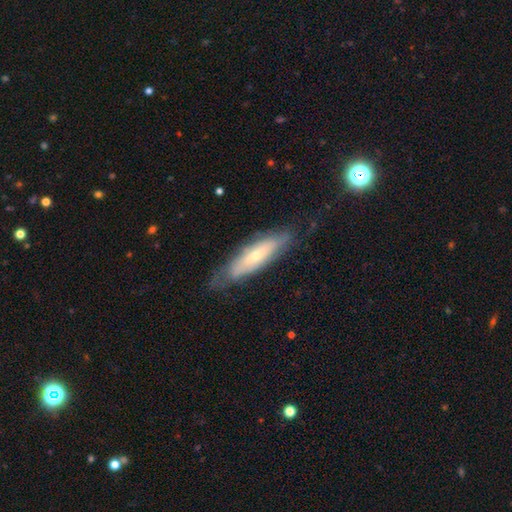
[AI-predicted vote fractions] Smooth or featured?
  - featured or disk: 56% *
  - smooth: 37%
  - star or artifact: 7%
Edge-on disk?
  - no: 55% *
  - yes: 45%
Merging?
  - none: 69% *
  - minor disturbance: 22%
  - major disturbance: 8%
  - merger: 2%